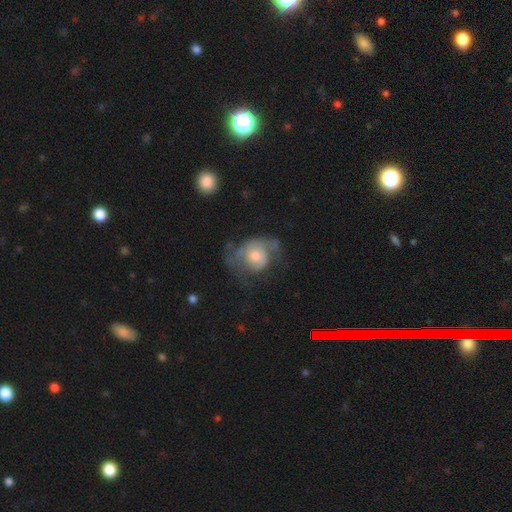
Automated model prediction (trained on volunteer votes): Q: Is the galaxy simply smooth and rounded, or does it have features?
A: featured or disk — 64%.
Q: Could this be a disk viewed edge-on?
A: no — 97%.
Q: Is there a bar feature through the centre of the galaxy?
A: no — 77%.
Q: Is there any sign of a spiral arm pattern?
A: yes — 78%.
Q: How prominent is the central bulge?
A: moderate — 54%.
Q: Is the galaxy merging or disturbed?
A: none — 42%.